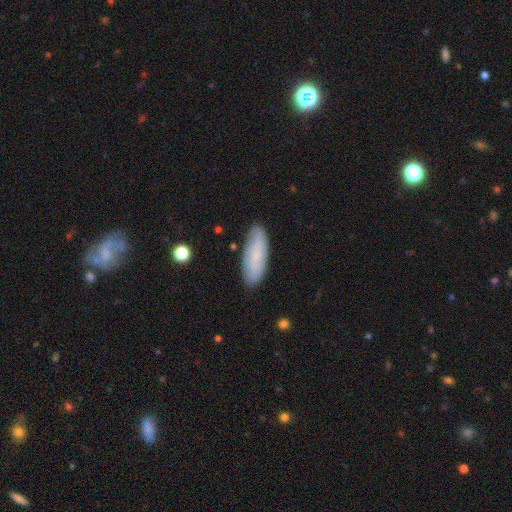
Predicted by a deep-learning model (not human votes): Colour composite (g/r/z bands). It shows a smooth galaxy with no disk features (66%) that is in between round and cigar-shaped (62%). Merging: none (84%).